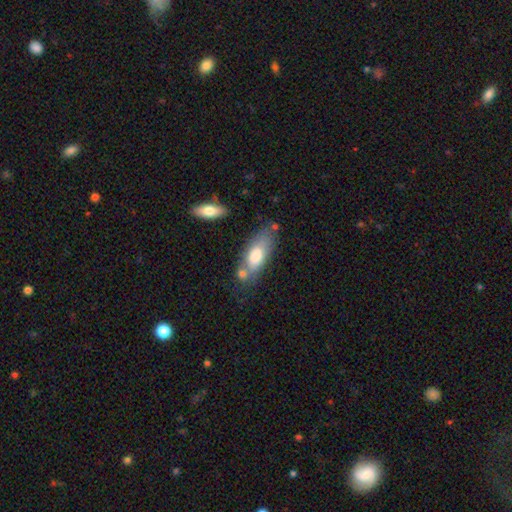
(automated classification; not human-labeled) This is likely a smooth galaxy (72%). How rounded: likely in between (75%). Merging: possibly none (53%).